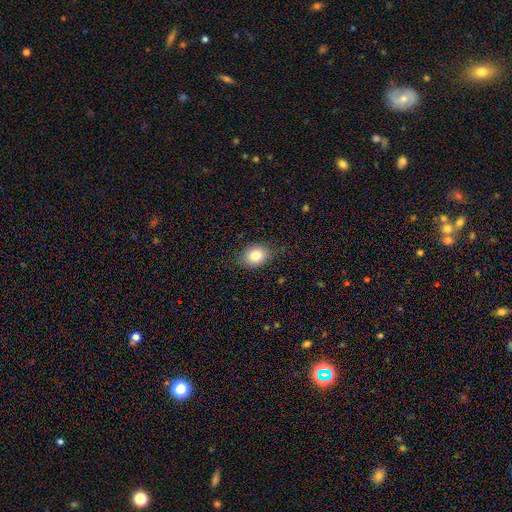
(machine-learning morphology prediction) This is clearly a smooth galaxy (81%). How rounded: possibly in between (56%). Merging: clearly none (81%).